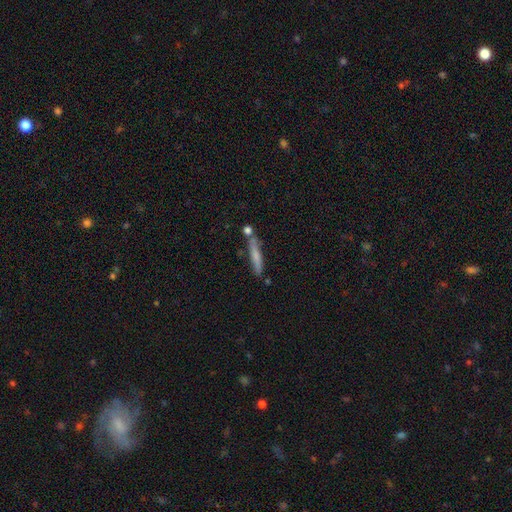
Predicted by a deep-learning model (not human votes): This appears to be a smooth galaxy with no disk features (63%) that is cigar-shaped (92%). Merging: none (72%).